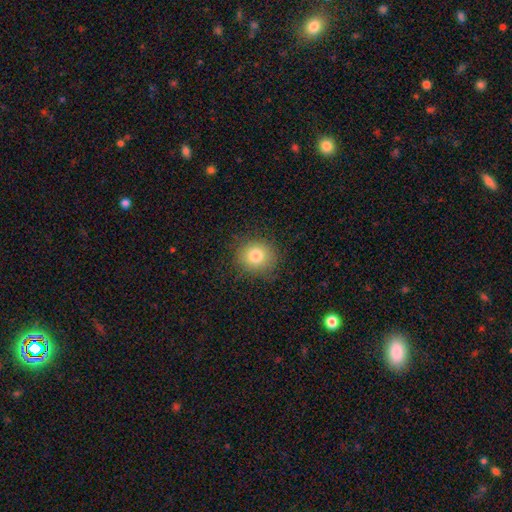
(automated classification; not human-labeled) Smooth or featured? Predicted: smooth (p=0.80). How rounded? Predicted: round (p=0.84). Merging? Predicted: none (p=0.84).